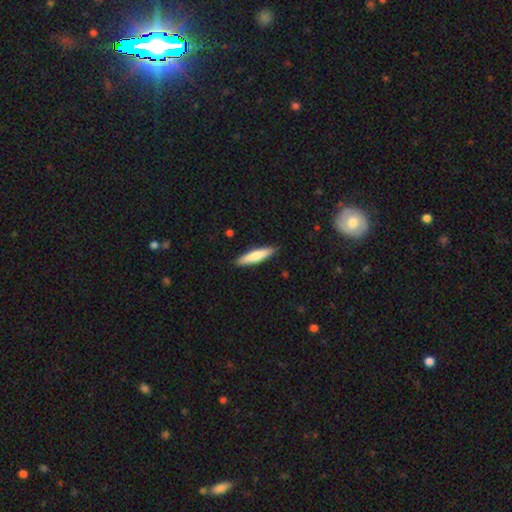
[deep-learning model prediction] Smooth or featured? Predicted: smooth (p=0.74). How rounded? Predicted: cigar-shaped (p=0.80). Merging? Predicted: none (p=0.88).